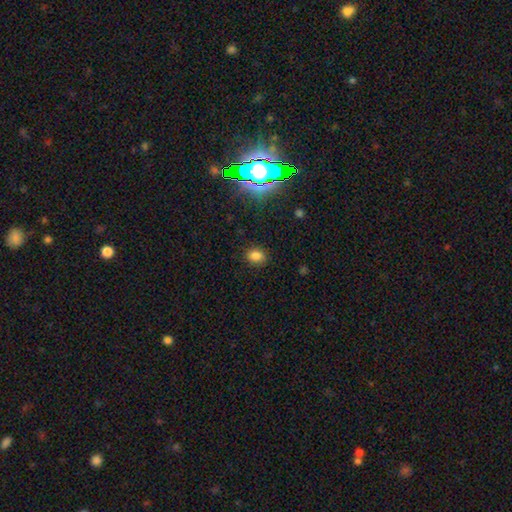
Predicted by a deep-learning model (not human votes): Overall: smooth (79%). How rounded: in between (56%; round 43%). Merging: none (87%).